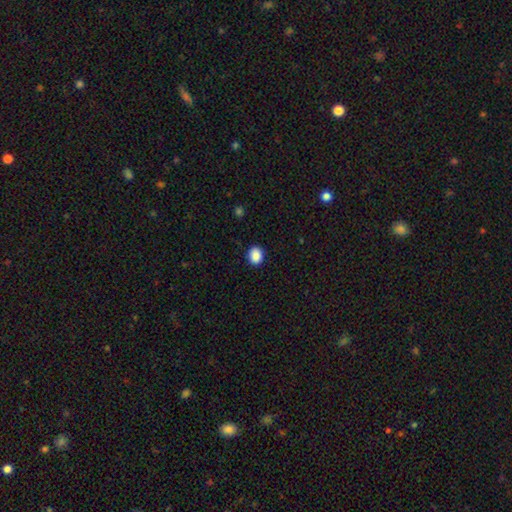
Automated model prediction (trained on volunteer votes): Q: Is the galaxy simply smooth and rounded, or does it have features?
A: smooth — 89%.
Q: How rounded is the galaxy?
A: round — 58%.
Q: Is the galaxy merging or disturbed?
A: none — 90%.